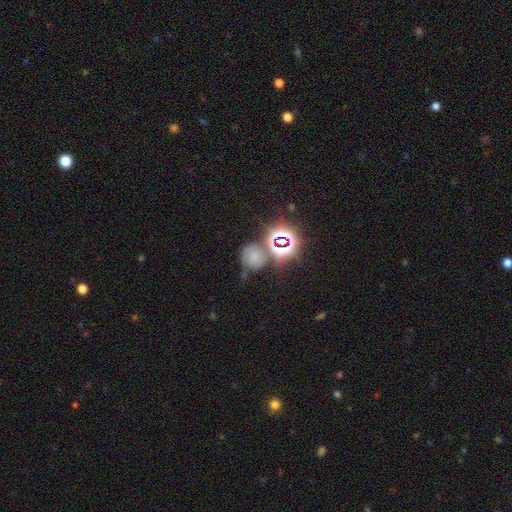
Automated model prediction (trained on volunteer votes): Smooth or featured: smooth — 53% (star or artifact — 37%)
How rounded: round — 83% (in between — 15%)
Merging: none — 62% (minor disturbance — 16%)